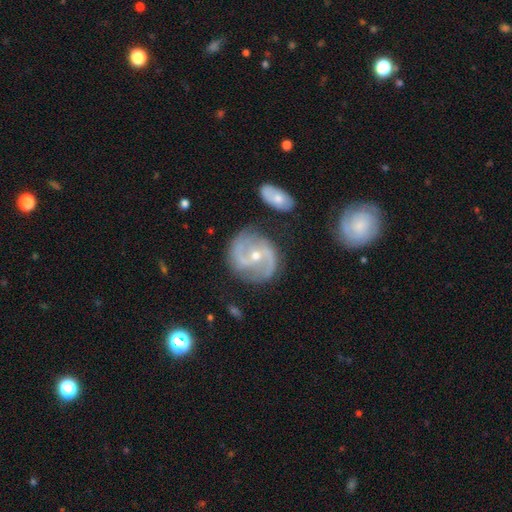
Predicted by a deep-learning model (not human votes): Smooth or featured? featured or disk (88%)
Edge-on disk? no (97%)
Bar? no (40%)
Spiral arms? yes (96%)
Spiral winding? medium (52%)
Spiral arm count? 2 (89%)
Bulge size? small (59%)
Merging? none (78%)